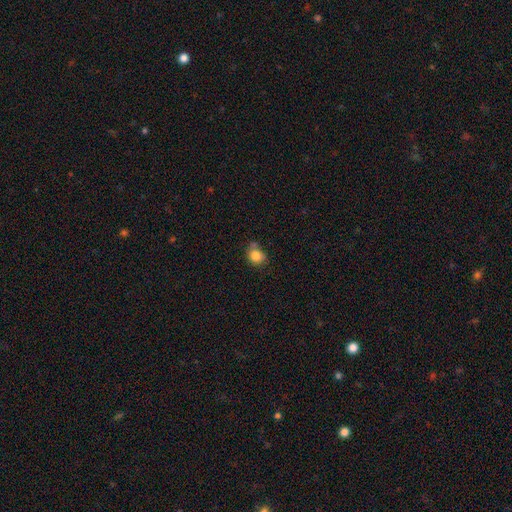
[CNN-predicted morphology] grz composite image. It shows a smooth galaxy with no disk features (83%) that is round (70%). Merging: none (57%).